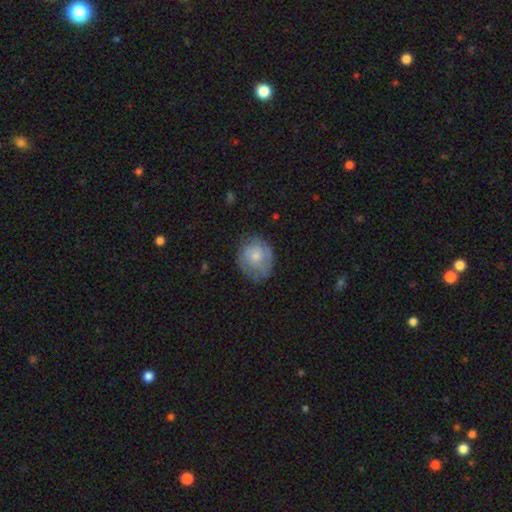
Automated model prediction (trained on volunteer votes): This is possibly a smooth galaxy (56%). How rounded: likely round (68%). Merging: likely none (61%).